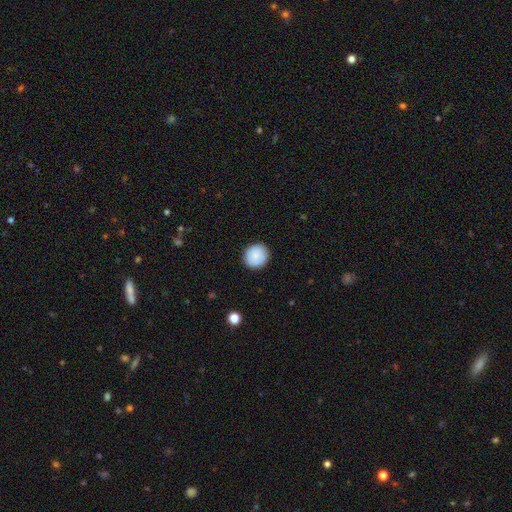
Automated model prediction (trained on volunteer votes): smooth-or-featured: smooth: 87% | star or artifact: 7% | featured or disk: 6%
  how-rounded: round: 91% | in between: 8% | cigar-shaped: 1%
  merging: none: 91% | minor disturbance: 7% | major disturbance: 2% | merger: 1%